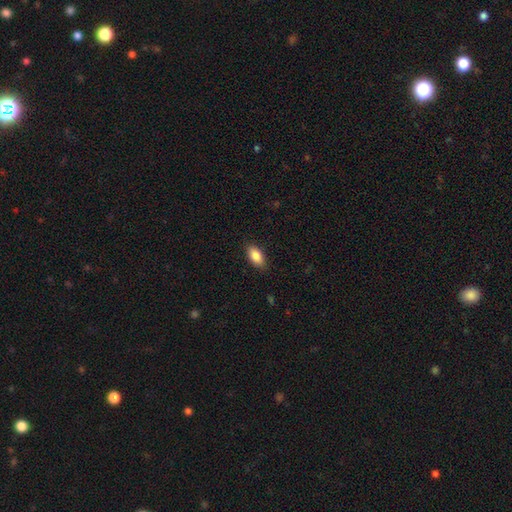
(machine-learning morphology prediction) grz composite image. It shows a smooth galaxy with no disk features (87%) that is in between round and cigar-shaped (91%). Merging: none (87%).